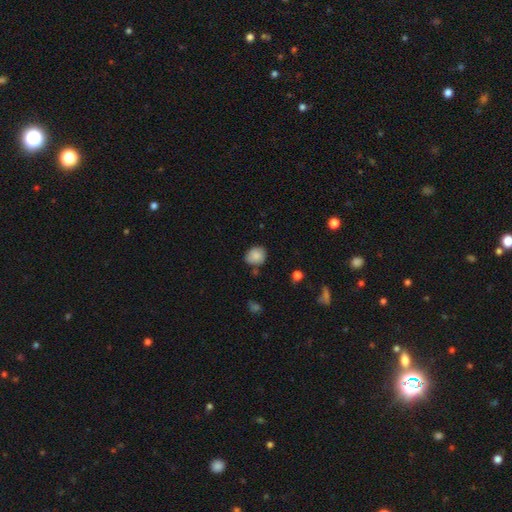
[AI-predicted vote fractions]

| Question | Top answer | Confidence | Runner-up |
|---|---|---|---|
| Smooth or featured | smooth | 85% | star or artifact (8%) |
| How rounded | round | 69% | in between (30%) |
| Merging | none | 75% | minor disturbance (18%) |